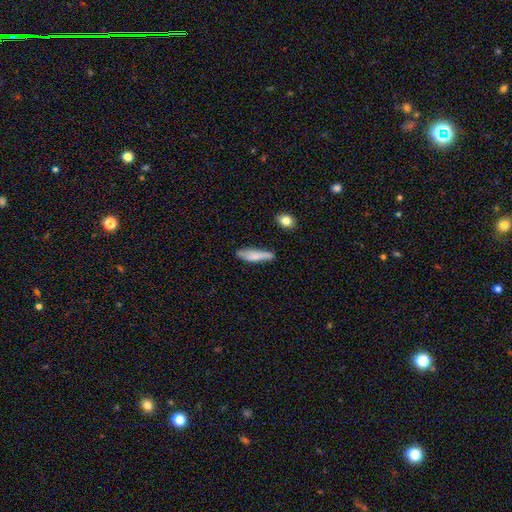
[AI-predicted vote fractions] This appears to be a smooth galaxy with no disk features (71%) that is cigar-shaped (74%). Merging: none (61%).